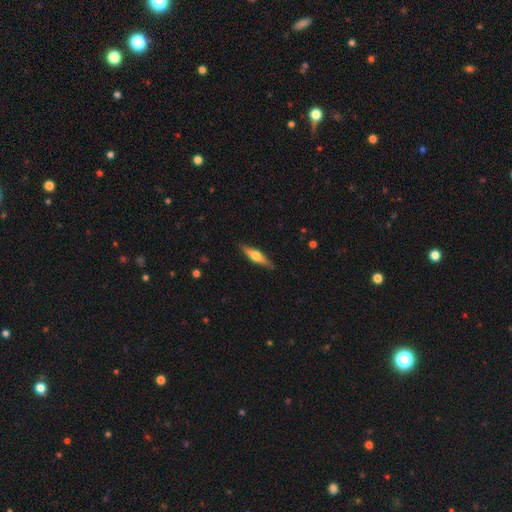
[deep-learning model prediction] Smooth or featured: featured or disk — 55% (smooth — 40%)
Edge-on disk: yes — 94% (no — 6%)
Edge-on bulge: rounded — 90% (boxy — 6%)
Merging: none — 86% (minor disturbance — 10%)